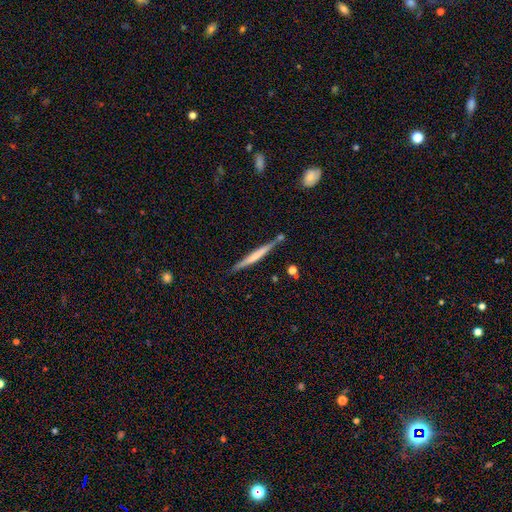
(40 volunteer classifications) A featured or disk galaxy (55%) viewed edge-on (91%) with no central bulge (60%). Merging: none (55%).